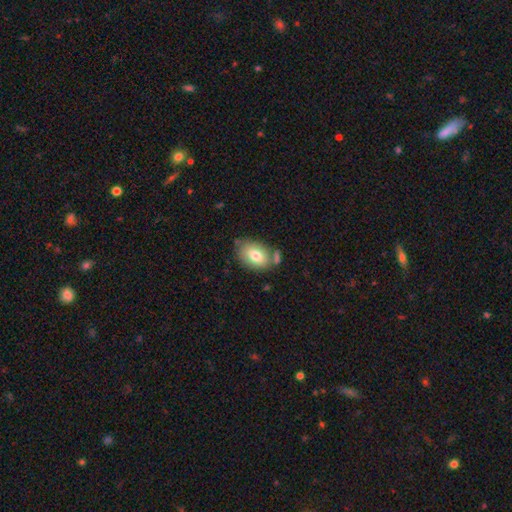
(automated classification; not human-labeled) Smooth or featured: smooth — 77% (featured or disk — 16%)
How rounded: in between — 88% (round — 11%)
Merging: none — 65% (minor disturbance — 17%)